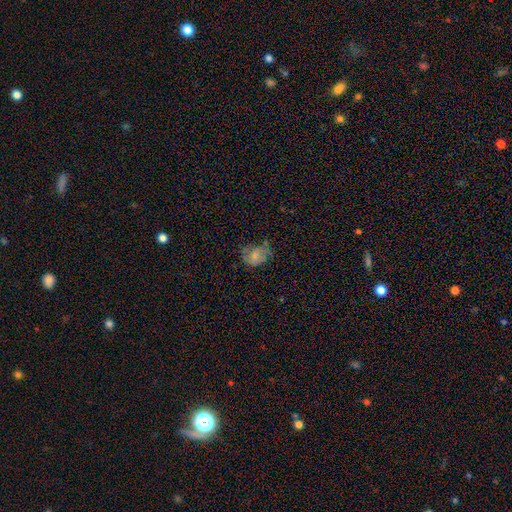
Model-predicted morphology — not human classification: Overall: smooth (63%; featured or disk 27%). How rounded: in between (52%; round 47%). Merging: none (41%; minor disturbance 34%).